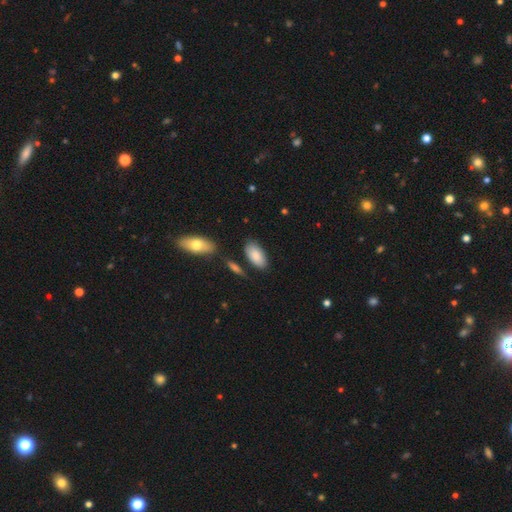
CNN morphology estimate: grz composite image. It shows a smooth galaxy with no disk features (86%) that is in between round and cigar-shaped (93%). Merging: none (76%).